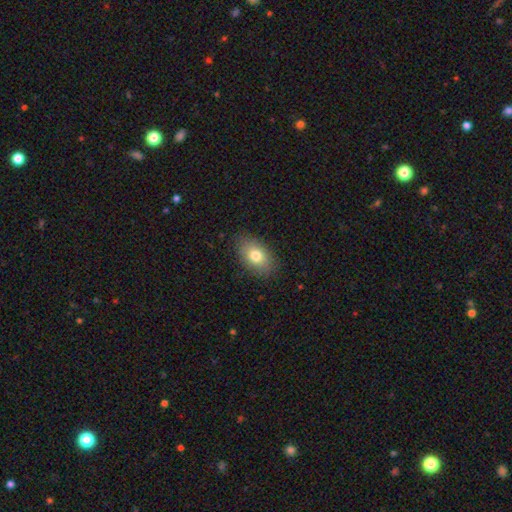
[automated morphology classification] Q: Smooth or featured?
A: smooth (78%); runner-up: featured or disk (13%)
Q: How rounded?
A: in between (88%); runner-up: round (11%)
Q: Merging?
A: none (84%); runner-up: minor disturbance (12%)